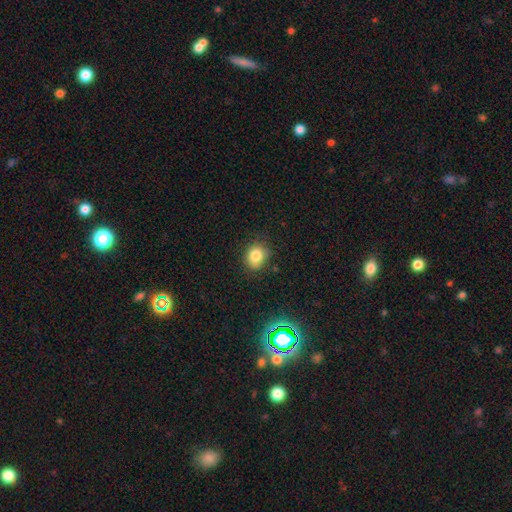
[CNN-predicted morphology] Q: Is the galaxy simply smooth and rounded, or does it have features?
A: smooth — 81%.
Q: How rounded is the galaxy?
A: round — 60%.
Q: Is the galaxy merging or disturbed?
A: none — 76%.